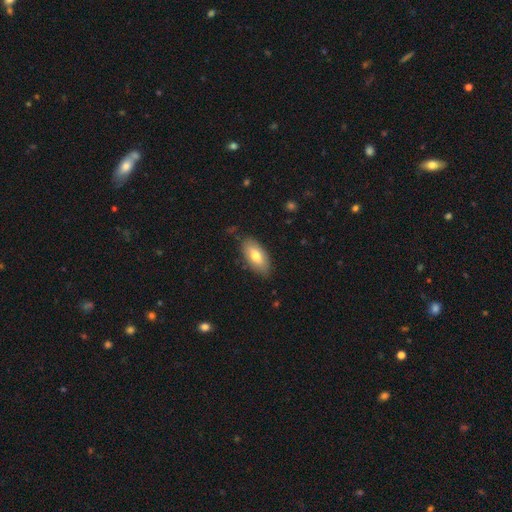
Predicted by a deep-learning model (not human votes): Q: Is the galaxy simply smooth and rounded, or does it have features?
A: smooth — 73%.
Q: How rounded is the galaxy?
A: in between — 90%.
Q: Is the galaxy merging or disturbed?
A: none — 83%.